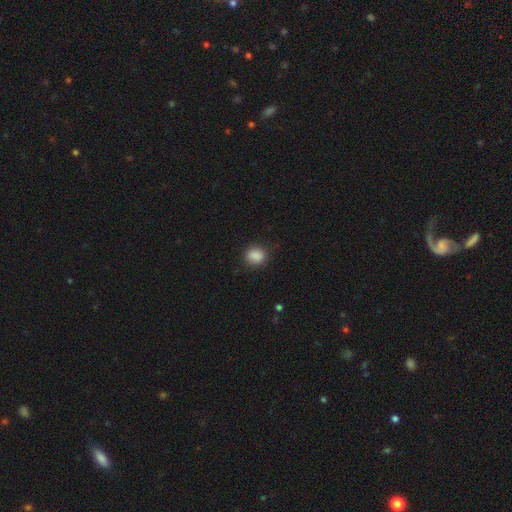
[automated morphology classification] Smooth or featured?
  - smooth: 87% *
  - star or artifact: 9%
  - featured or disk: 4%
How rounded?
  - round: 64% *
  - in between: 35%
  - cigar-shaped: 1%
Merging?
  - none: 80% *
  - minor disturbance: 15%
  - major disturbance: 4%
  - merger: 1%